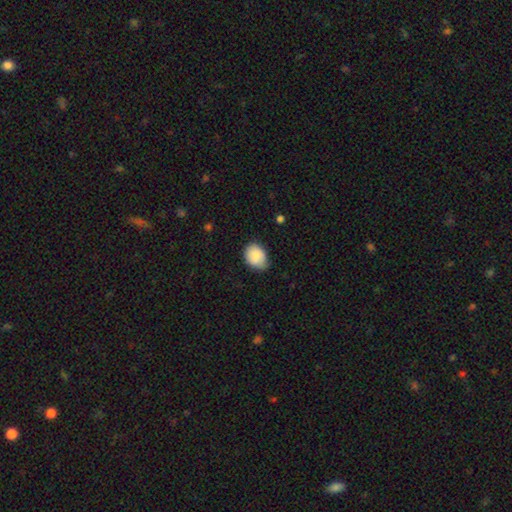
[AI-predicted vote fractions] Overall: smooth (86%). How rounded: in between (65%; round 34%). Merging: none (69%).